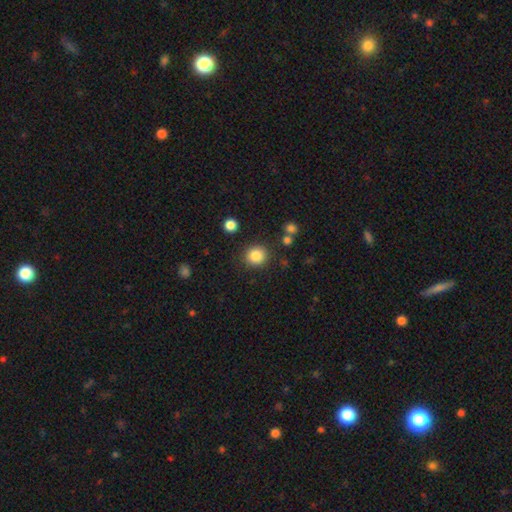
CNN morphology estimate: smooth_or_featured: smooth (p=0.85) [alt: star or artifact p=0.10]
how_rounded: round (p=0.89) [alt: in between p=0.10]
merging: none (p=0.87) [alt: minor disturbance p=0.07]